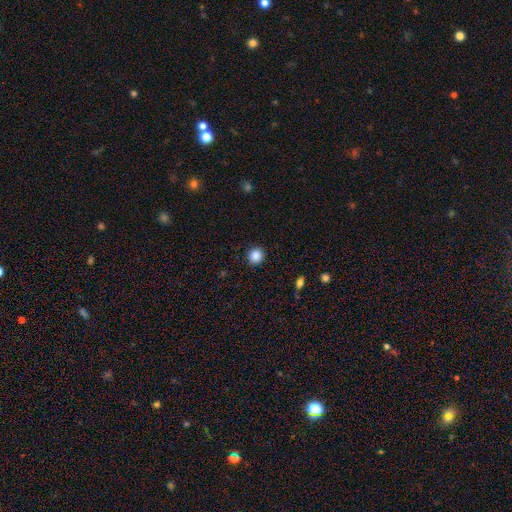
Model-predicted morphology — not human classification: Smooth or featured: smooth — 87% (star or artifact — 10%)
How rounded: round — 94% (in between — 5%)
Merging: none — 92% (minor disturbance — 5%)